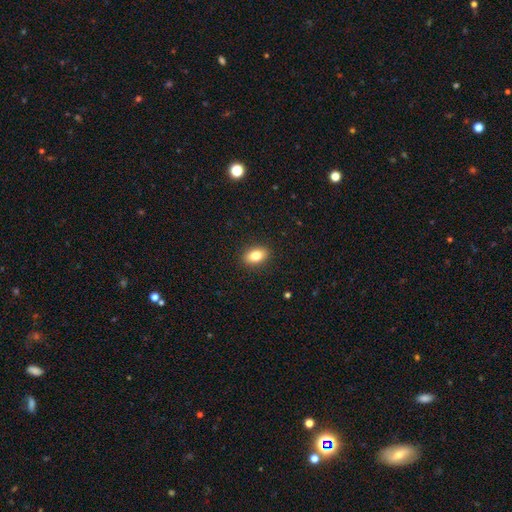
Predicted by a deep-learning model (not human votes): smooth 82%, featured or disk 10%, star or artifact 9%. Down the decision tree: how rounded — in between (84%); merging — none (90%).